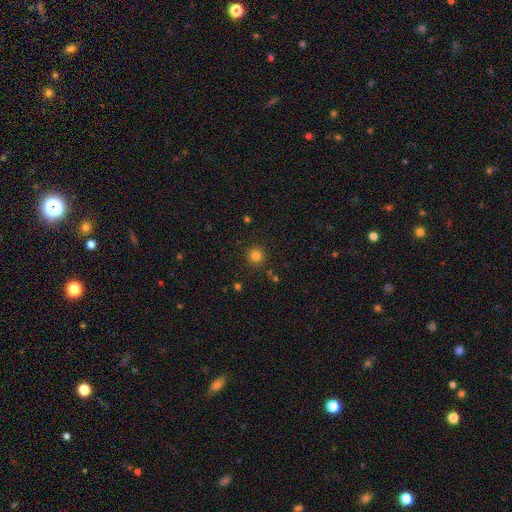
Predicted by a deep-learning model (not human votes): Smooth or featured? Predicted: smooth (p=0.82). How rounded? Predicted: round (p=0.94). Merging? Predicted: none (p=0.89).